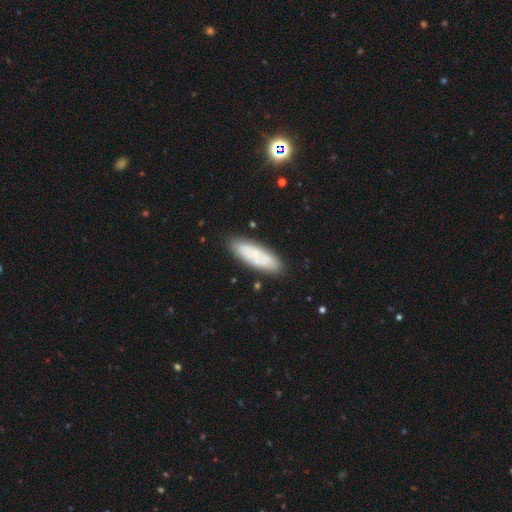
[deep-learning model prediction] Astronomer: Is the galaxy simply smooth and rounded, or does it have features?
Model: smooth — 55% (runner-up: featured or disk, 38%).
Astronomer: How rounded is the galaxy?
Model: in between — 56% (runner-up: cigar-shaped, 42%).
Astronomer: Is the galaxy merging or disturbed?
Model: none — 80%.